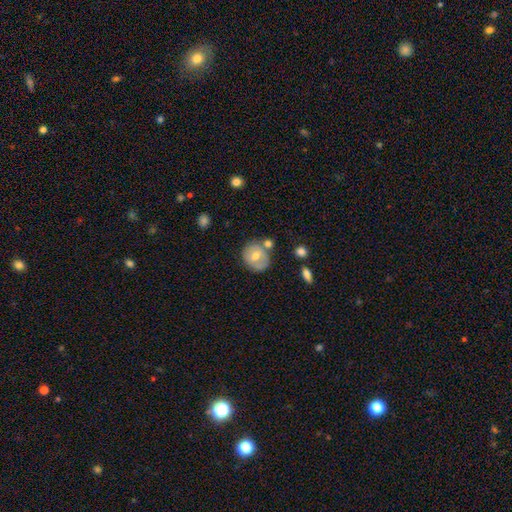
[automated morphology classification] Smooth or featured: smooth — 58% (featured or disk — 33%)
How rounded: round — 81% (in between — 18%)
Merging: none — 66% (minor disturbance — 16%)